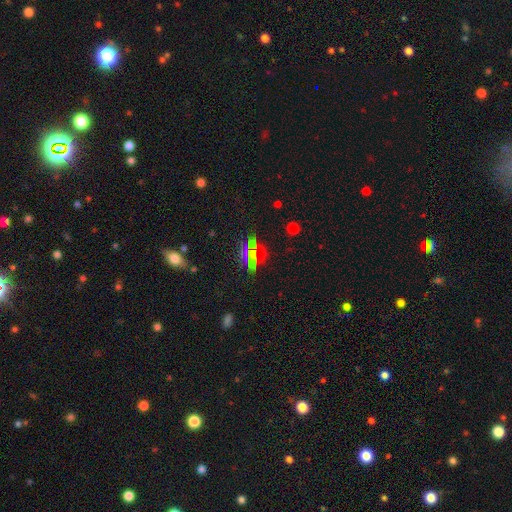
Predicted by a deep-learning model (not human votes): smooth_or_featured: star or artifact (p=0.50) [alt: smooth p=0.39]